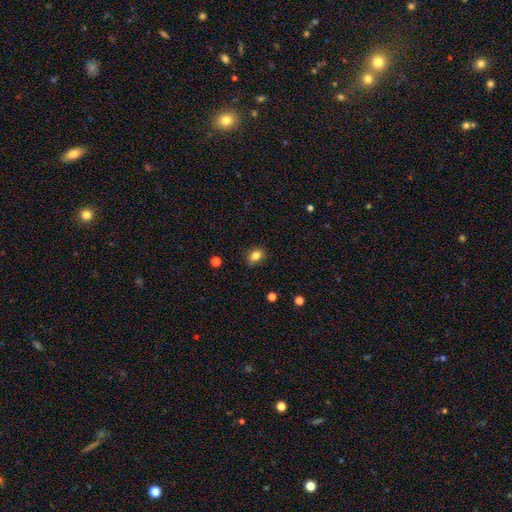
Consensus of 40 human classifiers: Volunteers were most divided on "how rounded": in between: 76%, round: 24%, cigar-shaped: 0%. More confident: smooth or featured — smooth (95%); merging — none (92%).